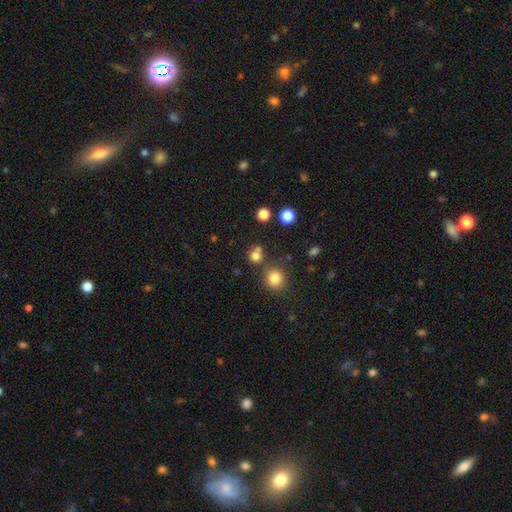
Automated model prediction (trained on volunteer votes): smooth_or_featured: smooth (p=0.76) [alt: star or artifact p=0.18]
how_rounded: round (p=0.86) [alt: in between p=0.13]
merging: none (p=0.66) [alt: merger p=0.21]